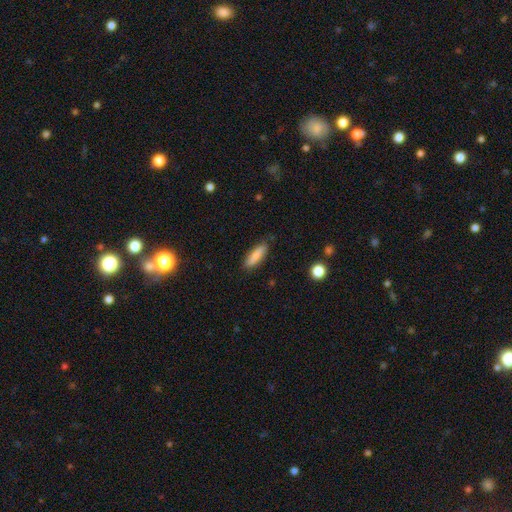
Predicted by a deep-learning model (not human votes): Smooth or featured: smooth — 81% (featured or disk — 12%)
How rounded: cigar-shaped — 59% (in between — 39%)
Merging: none — 84% (minor disturbance — 12%)